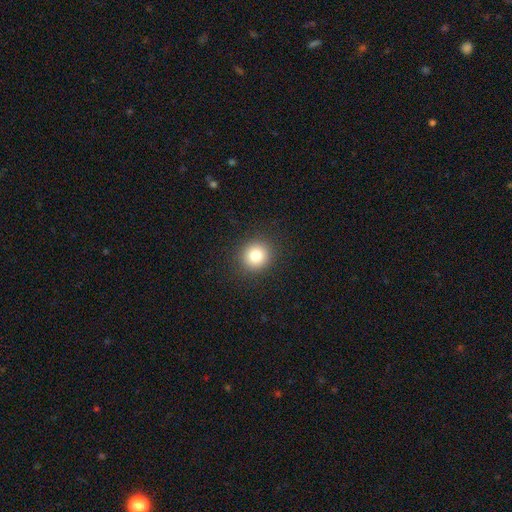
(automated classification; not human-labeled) Smooth or featured? Predicted: smooth (p=0.81). How rounded? Predicted: round (p=0.91). Merging? Predicted: none (p=0.91).